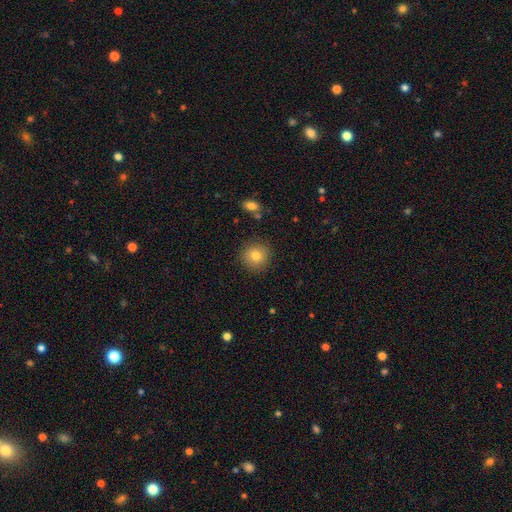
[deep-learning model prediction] smooth 80%, star or artifact 10%, featured or disk 10%. Down the decision tree: how rounded — round (92%); merging — none (89%).